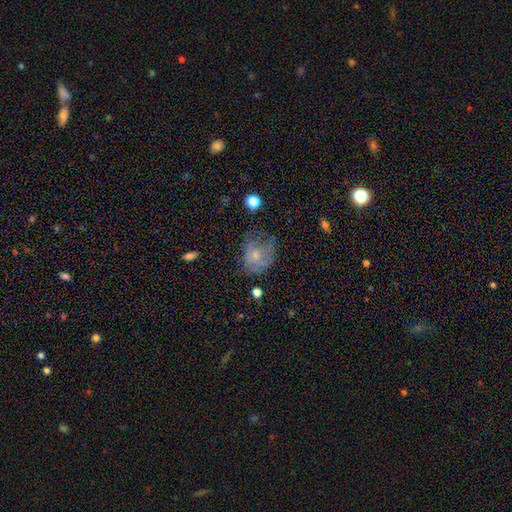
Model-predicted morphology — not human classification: Smooth or featured? smooth (45%, tied with featured or disk)
Merging? none (40%)